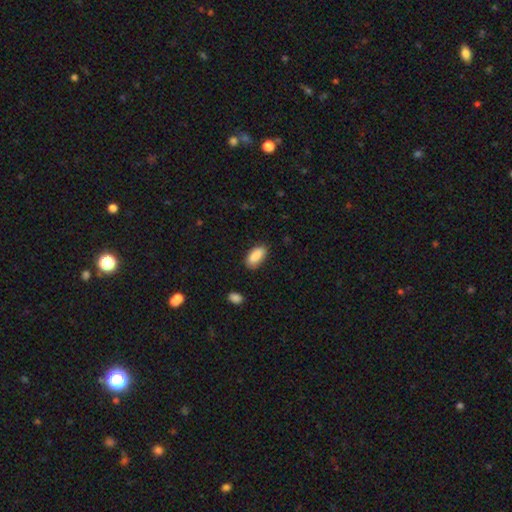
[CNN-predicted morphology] smooth 89%, star or artifact 7%, featured or disk 4%. Down the decision tree: how rounded — in between (90%); merging — none (80%).